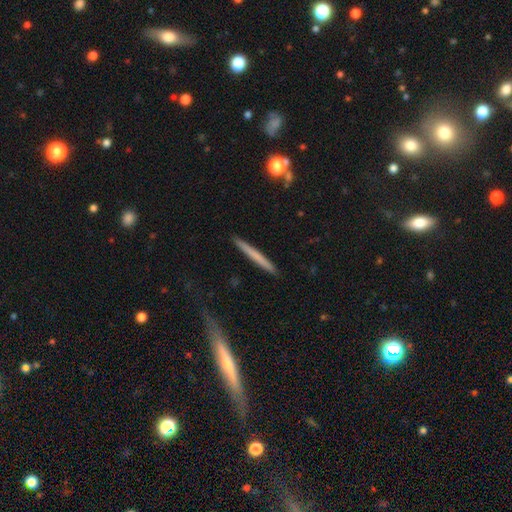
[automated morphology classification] A smooth galaxy with no disk features (61%) that is cigar-shaped (96%). Merging: none (88%).